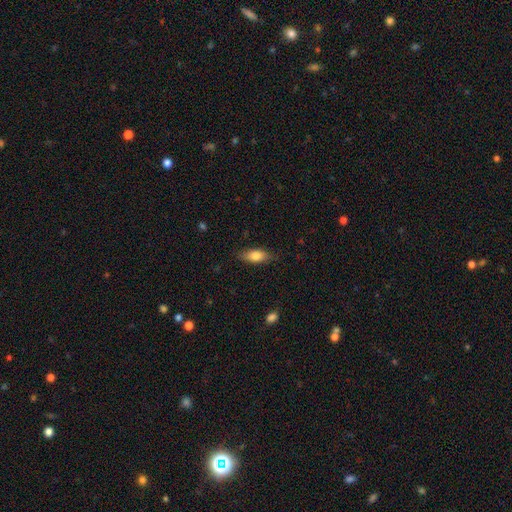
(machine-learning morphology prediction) smooth 76%, featured or disk 17%, star or artifact 7%. Down the decision tree: how rounded — in between (75%); merging — none (83%).